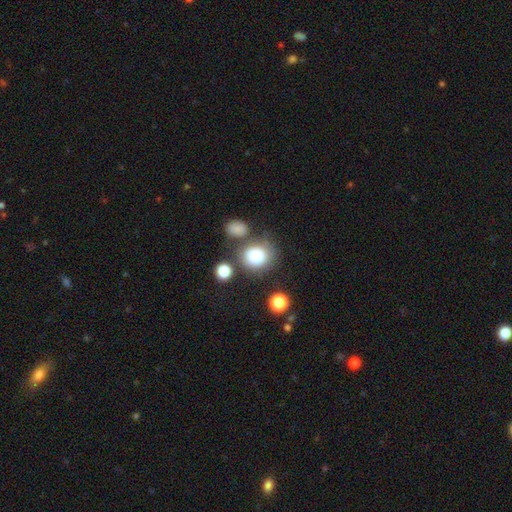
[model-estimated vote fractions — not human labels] Morphology: type=smooth (82%); roundness=round (68%); merging=none (55%).